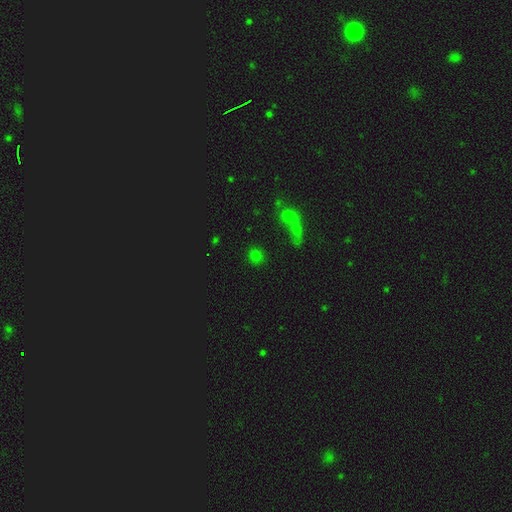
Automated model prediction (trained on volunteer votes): smooth-or-featured: smooth: 71% | star or artifact: 22% | featured or disk: 7%
  how-rounded: round: 84% | in between: 14% | cigar-shaped: 2%
  merging: none: 73% | merger: 16% | minor disturbance: 7% | major disturbance: 4%